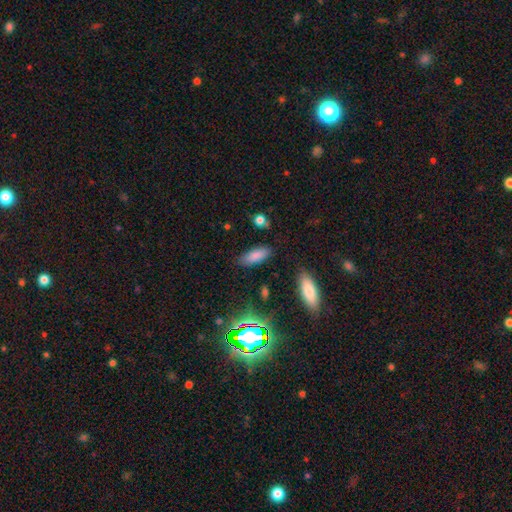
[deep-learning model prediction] smooth_or_featured: smooth (p=0.82) [alt: star or artifact p=0.11]
how_rounded: in between (p=0.72) [alt: cigar-shaped p=0.26]
merging: none (p=0.84) [alt: minor disturbance p=0.11]